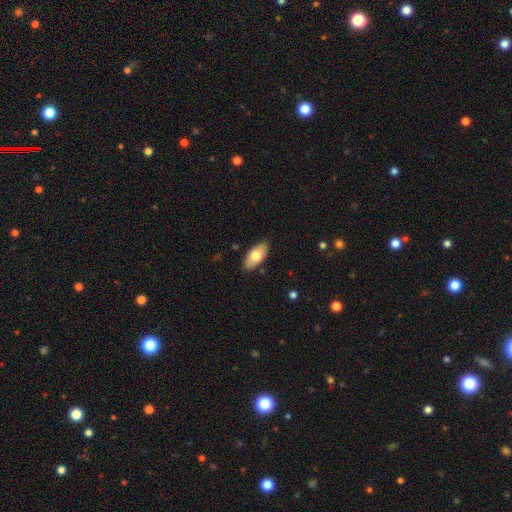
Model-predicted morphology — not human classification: smooth 75%, featured or disk 19%, star or artifact 6%. Down the decision tree: how rounded — in between (91%); merging — none (86%).